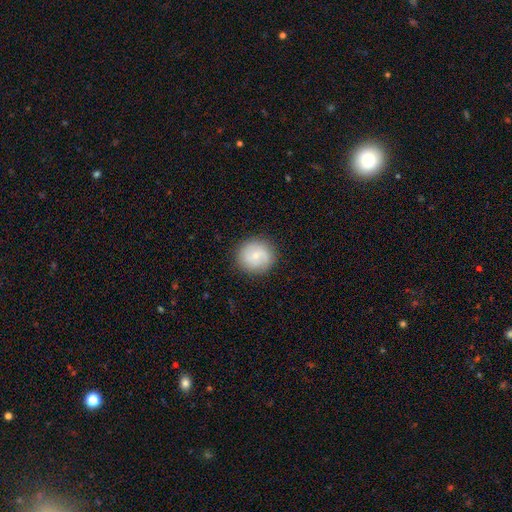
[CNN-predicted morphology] The model was most divided on "smooth or featured": smooth: 65%, featured or disk: 27%, star or artifact: 8%. More confident: how rounded — round (89%); merging — none (87%).